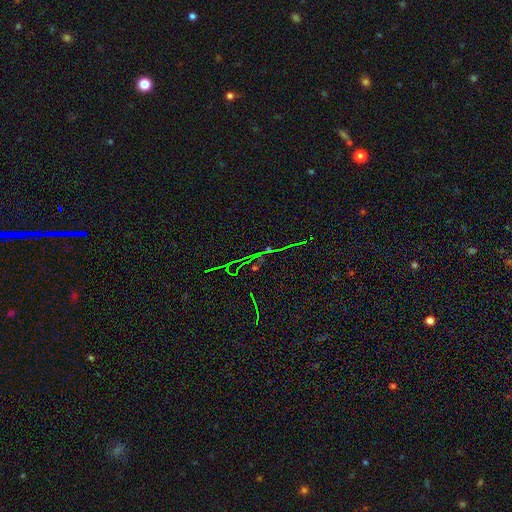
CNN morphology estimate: type=star or artifact (78%).